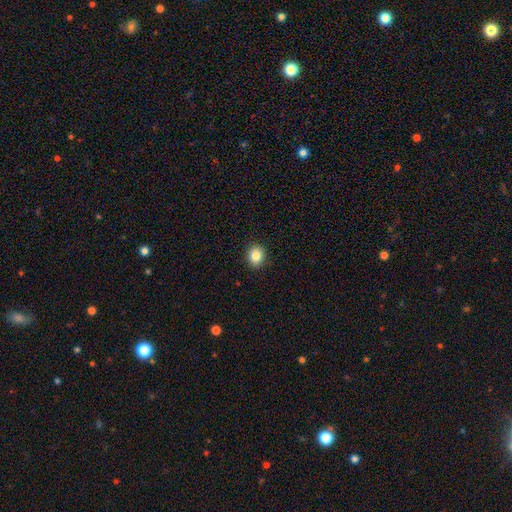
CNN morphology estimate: Smooth or featured?
  - smooth: 85% *
  - star or artifact: 10%
  - featured or disk: 5%
How rounded?
  - round: 68% *
  - in between: 31%
  - cigar-shaped: 1%
Merging?
  - none: 91% *
  - minor disturbance: 6%
  - major disturbance: 2%
  - merger: 1%